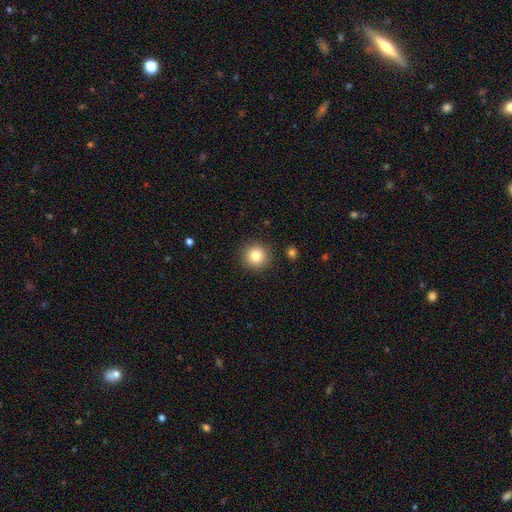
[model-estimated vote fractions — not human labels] Smooth or featured? Predicted: smooth (p=0.81). How rounded? Predicted: round (p=0.95). Merging? Predicted: none (p=0.91).